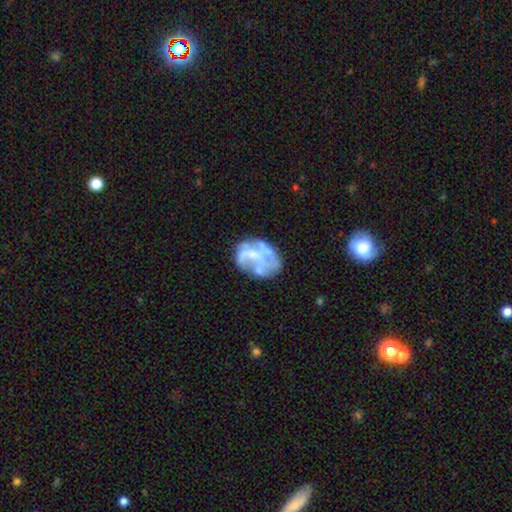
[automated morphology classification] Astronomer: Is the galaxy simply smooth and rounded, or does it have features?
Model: featured or disk — 69%.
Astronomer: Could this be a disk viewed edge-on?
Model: no — 98%.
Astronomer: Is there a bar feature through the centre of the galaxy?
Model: no — 67%.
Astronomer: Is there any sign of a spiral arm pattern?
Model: no — 58% (runner-up: yes, 42%).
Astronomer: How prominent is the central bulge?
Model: none — 48% (runner-up: small, 30%).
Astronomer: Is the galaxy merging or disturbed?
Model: none — 47% (runner-up: major disturbance, 23%).